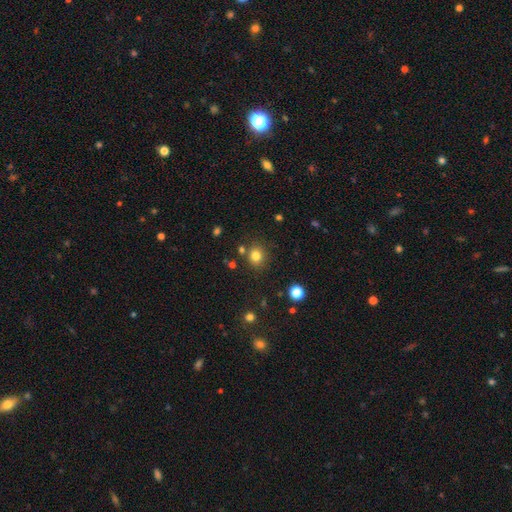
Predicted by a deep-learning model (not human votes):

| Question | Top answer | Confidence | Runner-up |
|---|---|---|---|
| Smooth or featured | smooth | 80% | star or artifact (14%) |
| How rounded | round | 80% | in between (19%) |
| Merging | none | 81% | minor disturbance (10%) |